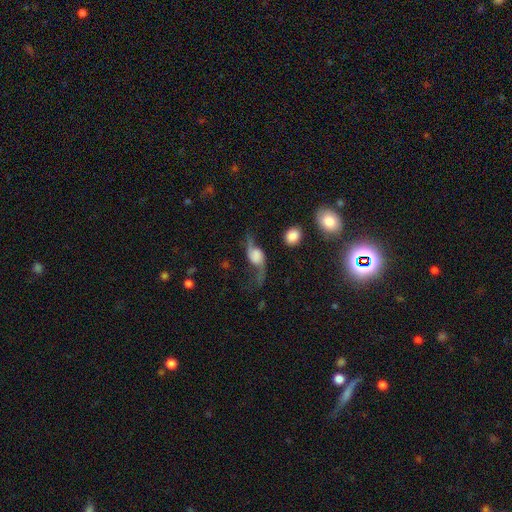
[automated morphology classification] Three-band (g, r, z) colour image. It shows a featured or disk galaxy (77%) with no bar (63%), 2 (93%) loose (92%) spiral arms (94%) and a large central bulge (28%, tied with dominant). Merging: none (56%).